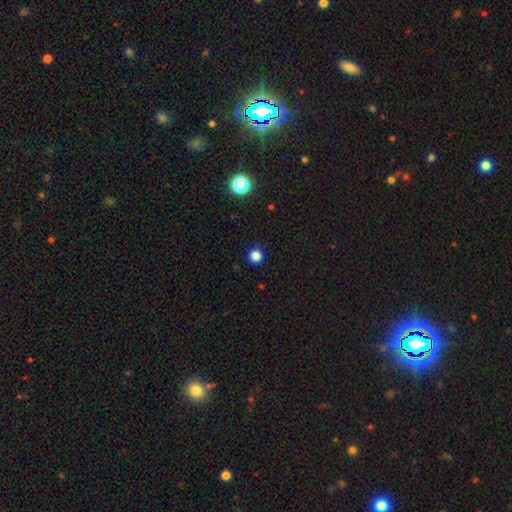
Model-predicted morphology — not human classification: smooth 84%, star or artifact 14%, featured or disk 3%. Down the decision tree: how rounded — round (95%); merging — none (92%).